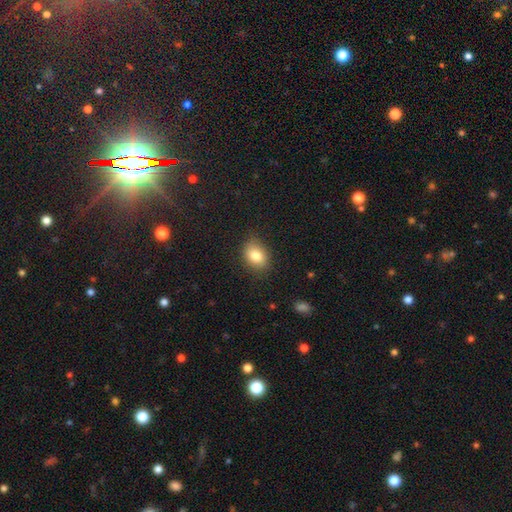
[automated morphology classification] Overall: smooth (83%). How rounded: in between (67%; round 32%). Merging: none (81%).